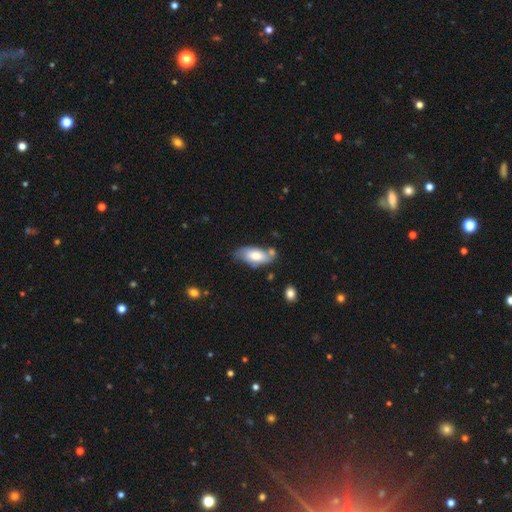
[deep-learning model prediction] Overall: smooth (65%; featured or disk 29%). How rounded: in between (90%). Merging: none (56%; minor disturbance 26%).